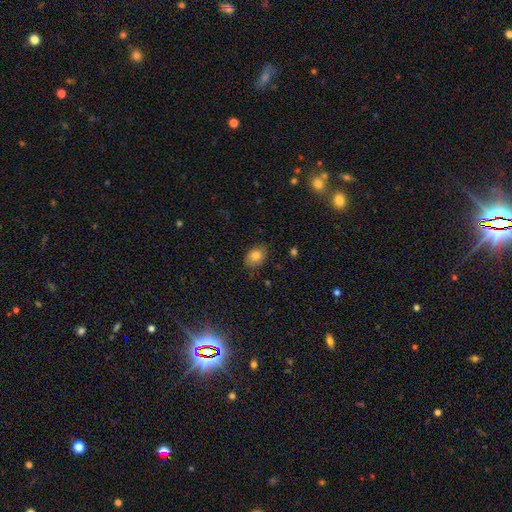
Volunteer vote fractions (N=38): Smooth or featured? 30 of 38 (79%) said smooth. How rounded? 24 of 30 (80%) said in between. Merging? 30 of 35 (86%) said none.